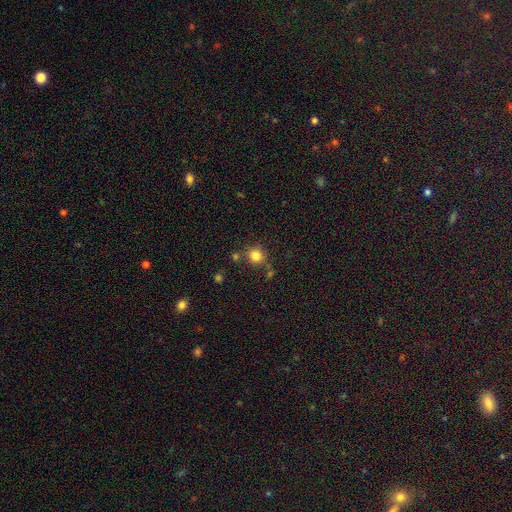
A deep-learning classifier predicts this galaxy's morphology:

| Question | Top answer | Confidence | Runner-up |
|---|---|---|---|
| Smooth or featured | smooth | 82% | star or artifact (12%) |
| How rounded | round | 89% | in between (10%) |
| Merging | none | 73% | minor disturbance (12%) |